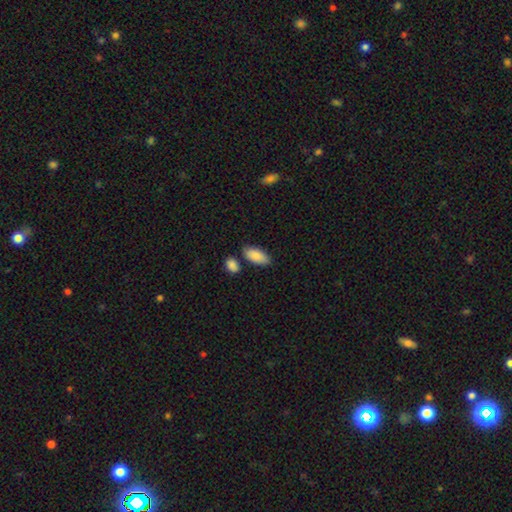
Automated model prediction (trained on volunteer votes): Morphology: type=smooth (87%); roundness=in between (91%); merging=none (76%).